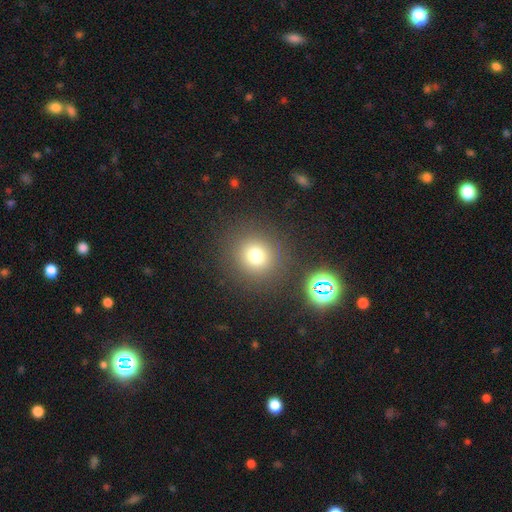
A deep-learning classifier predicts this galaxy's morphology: smooth 74%, star or artifact 17%, featured or disk 8%. Down the decision tree: how rounded — round (91%); merging — none (85%).